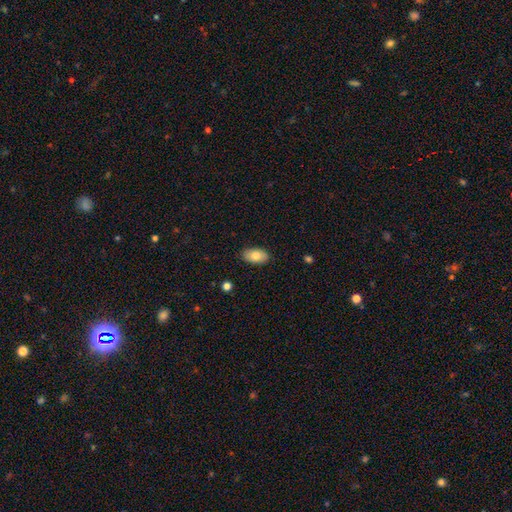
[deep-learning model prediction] A smooth galaxy with no disk features (78%) that is in between round and cigar-shaped (94%).

Vote fractions:
- Smooth or featured? smooth: 78% / featured or disk: 15% / star or artifact: 7%
- How rounded? in between: 94% / round: 4% / cigar-shaped: 2%
- Merging? none: 87% / minor disturbance: 10% / major disturbance: 2% / merger: 1%